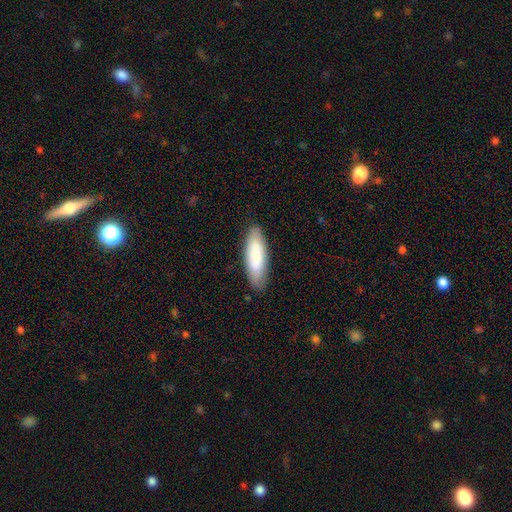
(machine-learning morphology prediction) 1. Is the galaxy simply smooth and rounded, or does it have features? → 78% smooth, 16% featured or disk, 5% star or artifact.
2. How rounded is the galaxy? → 56% in between, 43% cigar-shaped, 2% round.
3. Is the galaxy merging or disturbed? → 84% none, 12% minor disturbance, 2% major disturbance, 1% merger.